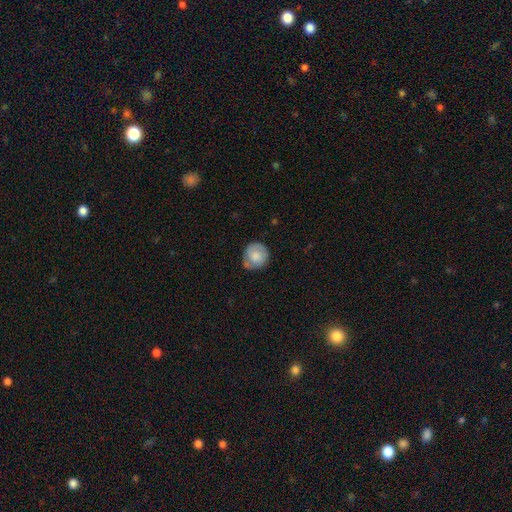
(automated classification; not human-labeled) smooth_or_featured: smooth (p=0.74) [alt: featured or disk p=0.19]
how_rounded: round (p=0.89) [alt: in between p=0.11]
merging: none (p=0.69) [alt: minor disturbance p=0.23]